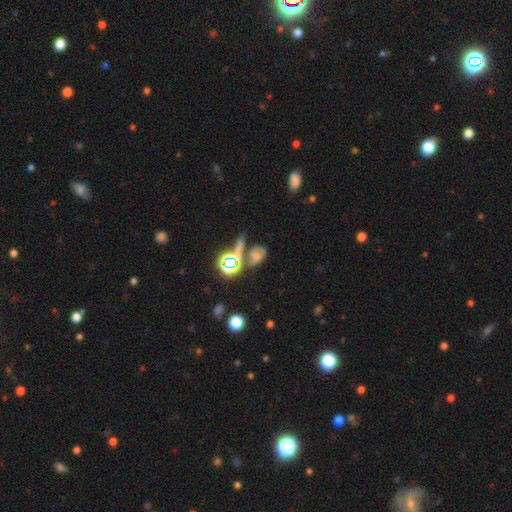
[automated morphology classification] Smooth or featured?
  - star or artifact: 45% *
  - smooth: 31%
  - featured or disk: 24%